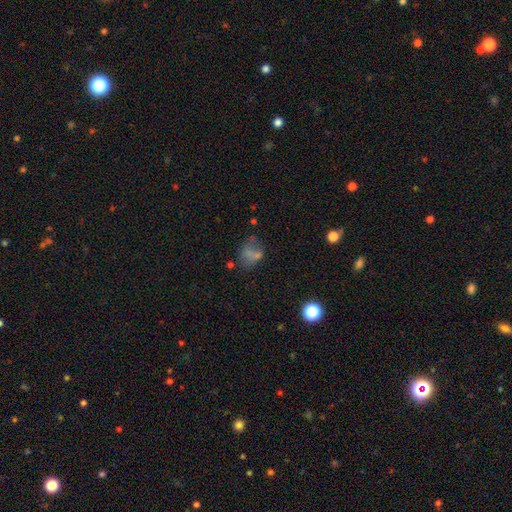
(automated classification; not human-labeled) Overall: smooth (49%; star or artifact 26%). Merging: none (46%; minor disturbance 20%).